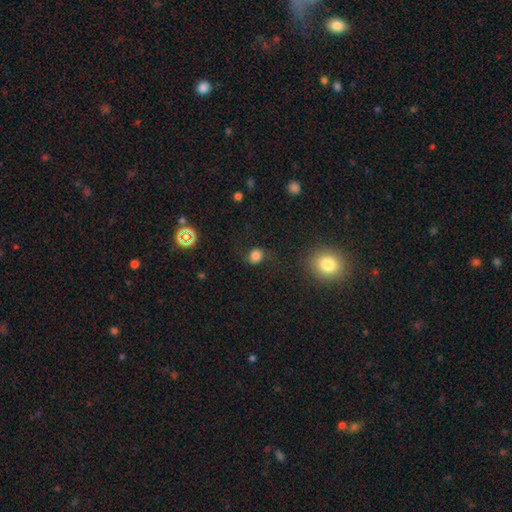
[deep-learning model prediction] Overall: smooth (73%). How rounded: round (70%). Merging: none (69%).